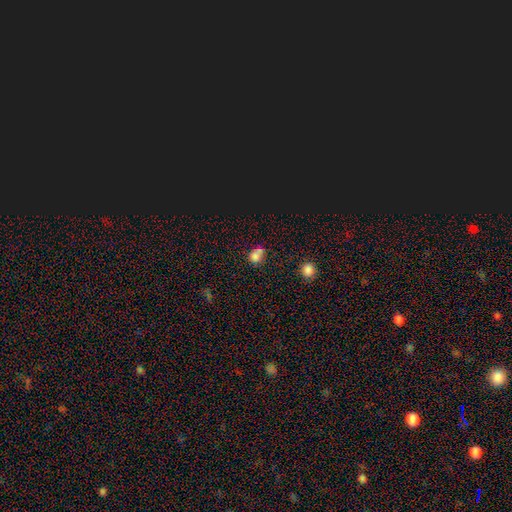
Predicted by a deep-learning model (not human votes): Smooth or featured?
  - smooth: 69% *
  - star or artifact: 22%
  - featured or disk: 9%
How rounded?
  - round: 71% *
  - in between: 28%
  - cigar-shaped: 1%
Merging?
  - none: 51% *
  - merger: 24%
  - minor disturbance: 17%
  - major disturbance: 8%